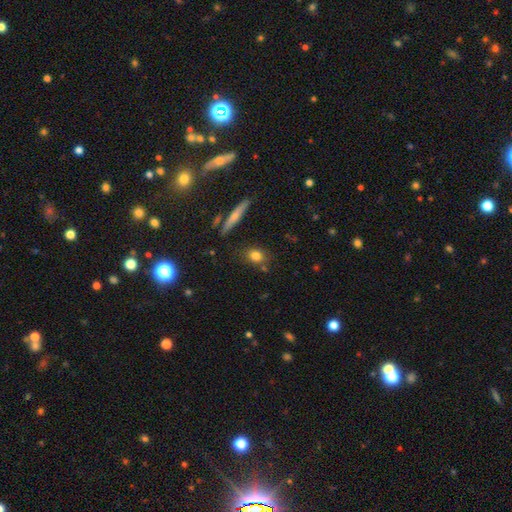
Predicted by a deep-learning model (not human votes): Q: Smooth or featured?
A: smooth (78%); runner-up: featured or disk (12%)
Q: How rounded?
A: round (52%); runner-up: in between (40%)
Q: Merging?
A: none (77%); runner-up: minor disturbance (13%)